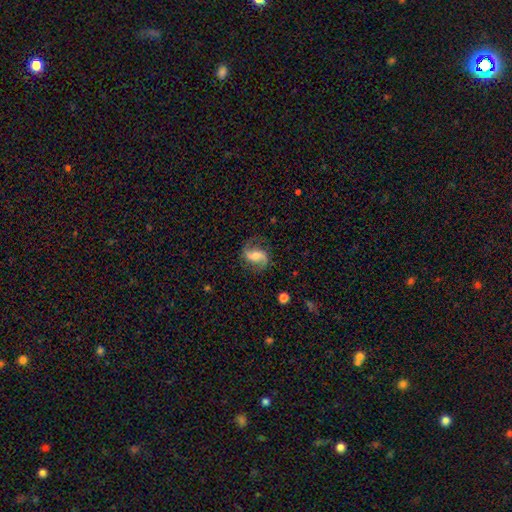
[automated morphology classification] This appears to be a featured or disk galaxy (80%) with a weak bar (41%), 2 (92%) loose (54%) spiral arms (95%) and a moderate central bulge (58%). Merging: none (78%).